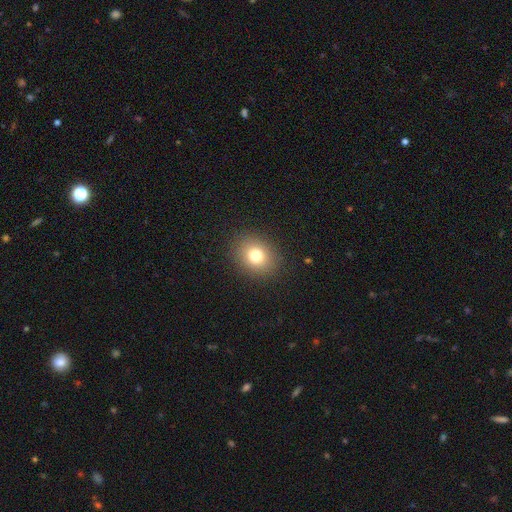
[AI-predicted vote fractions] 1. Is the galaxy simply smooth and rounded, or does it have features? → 77% smooth, 13% star or artifact, 10% featured or disk.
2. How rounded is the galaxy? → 57% round, 42% in between, 1% cigar-shaped.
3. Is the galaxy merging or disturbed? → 88% none, 7% minor disturbance, 3% major disturbance, 1% merger.